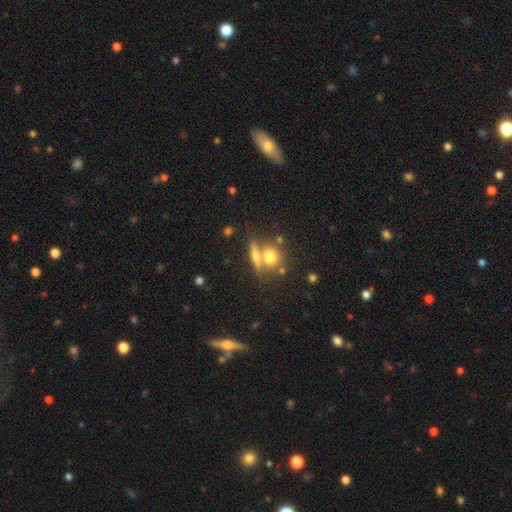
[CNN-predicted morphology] A smooth galaxy with no disk features (57%) that is round (42%).

Vote fractions:
- Smooth or featured? smooth: 57% / featured or disk: 33% / star or artifact: 10%
- How rounded? round: 42% / in between: 30% / cigar-shaped: 28%
- Merging? none: 53% / merger: 34% / minor disturbance: 9% / major disturbance: 4%